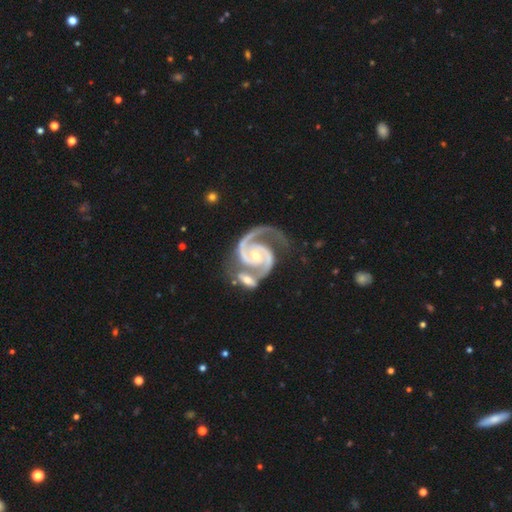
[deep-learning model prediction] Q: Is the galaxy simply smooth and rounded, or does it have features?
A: featured or disk — 95%.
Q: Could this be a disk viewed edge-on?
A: no — 98%.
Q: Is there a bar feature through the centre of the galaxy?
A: no — 57%.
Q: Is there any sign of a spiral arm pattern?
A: yes — 99%.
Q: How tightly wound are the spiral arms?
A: medium — 53%.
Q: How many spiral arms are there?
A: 2 — 91%.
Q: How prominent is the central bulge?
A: small — 52%.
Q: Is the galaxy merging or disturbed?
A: none — 38%.